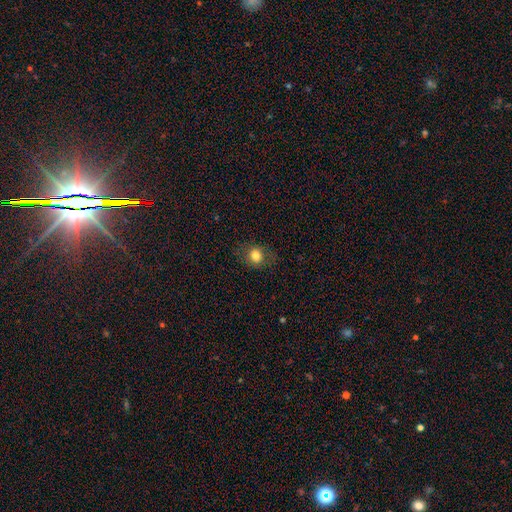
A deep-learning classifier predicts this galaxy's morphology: smooth 79%, star or artifact 11%, featured or disk 10%. Down the decision tree: how rounded — round (66%); merging — none (80%).